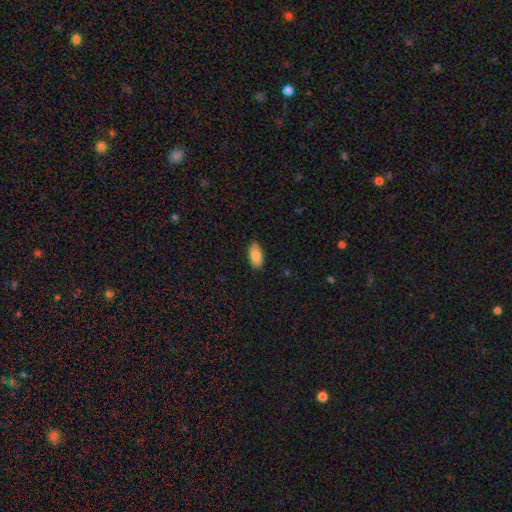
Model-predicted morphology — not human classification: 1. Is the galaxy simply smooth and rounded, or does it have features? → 87% smooth, 7% featured or disk, 6% star or artifact.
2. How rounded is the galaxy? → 92% in between, 6% cigar-shaped, 2% round.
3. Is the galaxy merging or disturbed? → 85% none, 12% minor disturbance, 2% major disturbance, 1% merger.